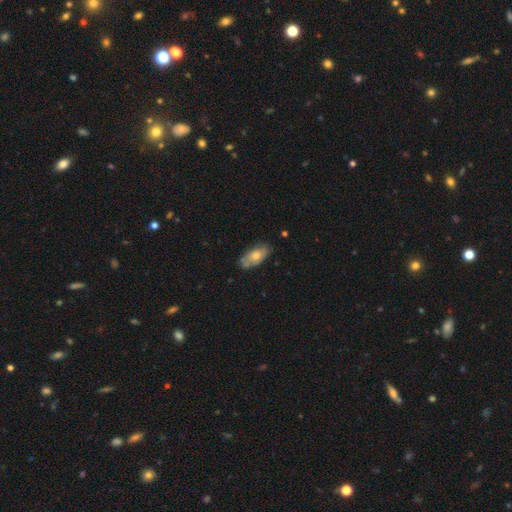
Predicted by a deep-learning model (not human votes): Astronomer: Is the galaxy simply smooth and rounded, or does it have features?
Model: smooth — 59% (runner-up: featured or disk, 34%).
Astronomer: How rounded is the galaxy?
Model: in between — 87%.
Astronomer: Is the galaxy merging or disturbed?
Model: none — 71%.